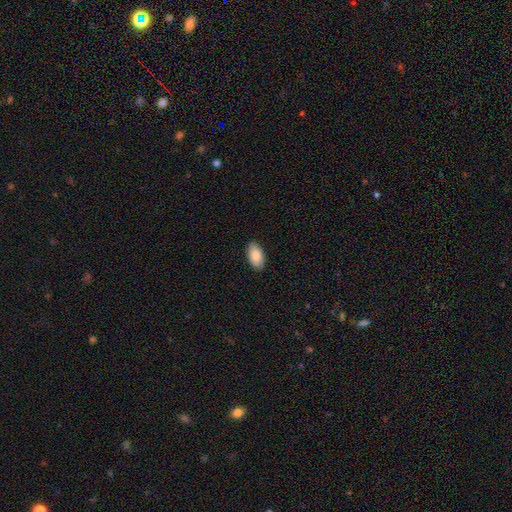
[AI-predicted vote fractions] Smooth or featured? Predicted: smooth (p=0.87). How rounded? Predicted: in between (p=0.95). Merging? Predicted: none (p=0.89).